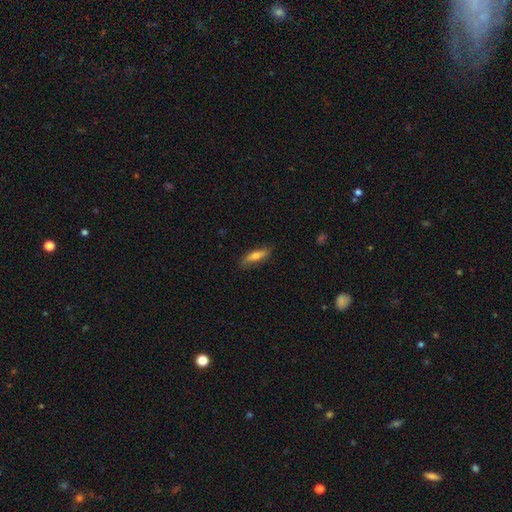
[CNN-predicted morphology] A smooth galaxy with no disk features (60%) that is cigar-shaped (57%). Merging: none (79%).